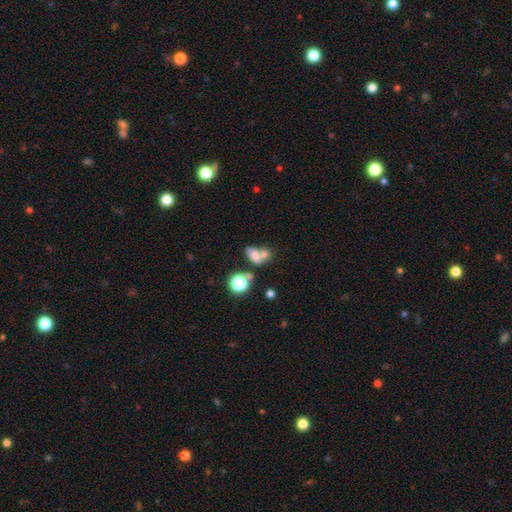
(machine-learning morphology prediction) Q: Smooth or featured?
A: smooth (70%); runner-up: star or artifact (16%)
Q: How rounded?
A: in between (74%); runner-up: round (22%)
Q: Merging?
A: merger (51%); runner-up: none (32%)